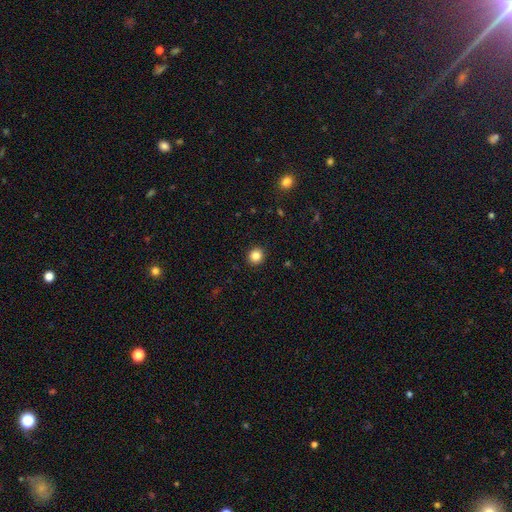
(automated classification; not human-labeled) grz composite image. It shows a smooth galaxy with no disk features (85%) that is round (87%). Merging: none (92%).